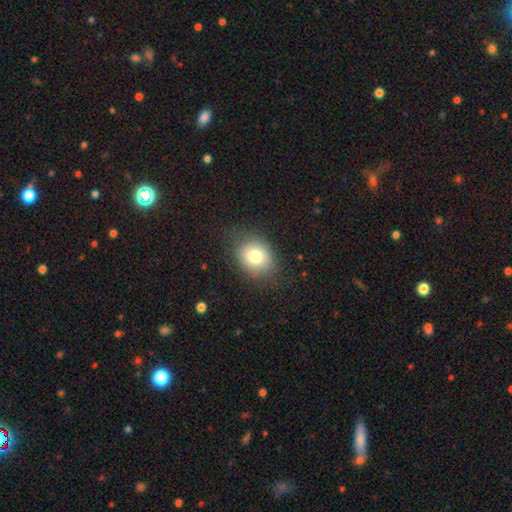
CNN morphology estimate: smooth-or-featured: smooth: 78% | featured or disk: 12% | star or artifact: 10%
  how-rounded: round: 52% | in between: 47% | cigar-shaped: 1%
  merging: none: 78% | minor disturbance: 16% | major disturbance: 5% | merger: 1%